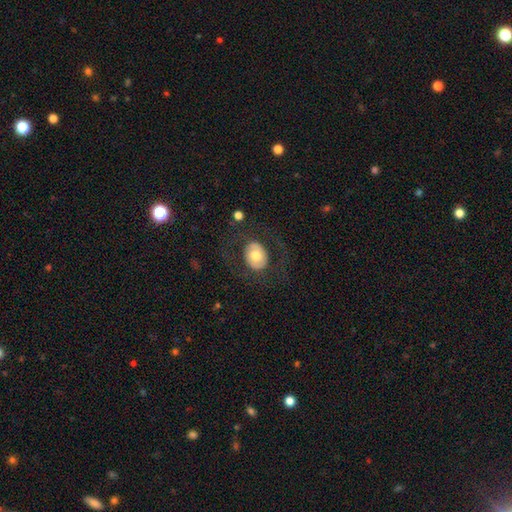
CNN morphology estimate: Smooth or featured: smooth — 52% (featured or disk — 41%)
How rounded: in between — 57% (round — 42%)
Merging: none — 72% (major disturbance — 15%)